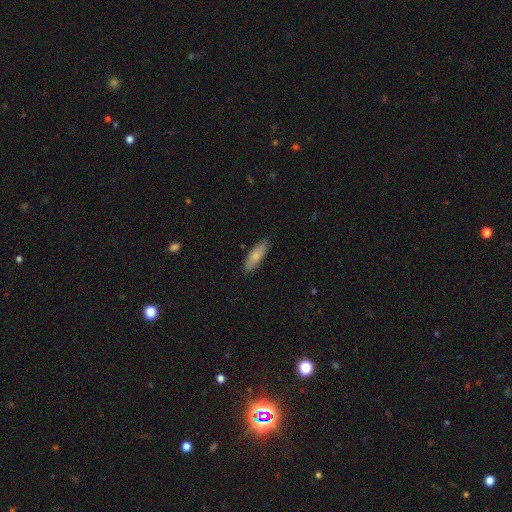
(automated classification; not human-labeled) Q: Smooth or featured?
A: smooth (79%); runner-up: featured or disk (15%)
Q: How rounded?
A: in between (55%); runner-up: cigar-shaped (43%)
Q: Merging?
A: none (85%); runner-up: minor disturbance (12%)